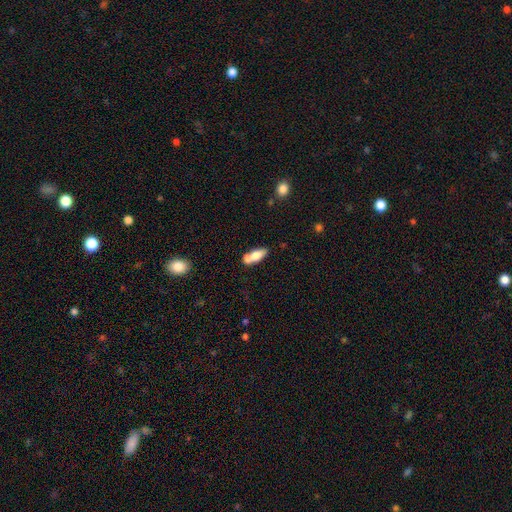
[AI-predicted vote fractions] Morphology: type=smooth (69%); roundness=in between (75%); merging=none (44%).